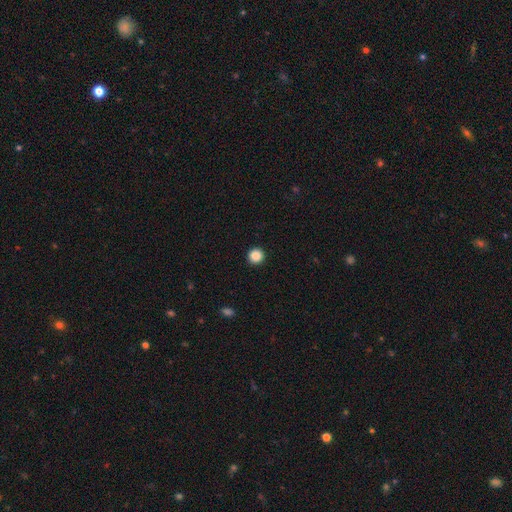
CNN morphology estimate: Smooth or featured?
  - smooth: 87% *
  - star or artifact: 10%
  - featured or disk: 3%
How rounded?
  - round: 96% *
  - in between: 3%
  - cigar-shaped: 1%
Merging?
  - none: 94% *
  - minor disturbance: 4%
  - major disturbance: 1%
  - merger: 1%